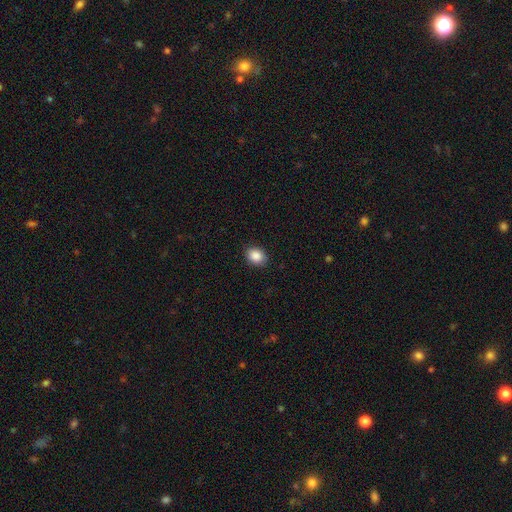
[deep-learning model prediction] Q: Smooth or featured?
A: smooth (87%); runner-up: star or artifact (9%)
Q: How rounded?
A: in between (57%); runner-up: round (42%)
Q: Merging?
A: none (88%); runner-up: minor disturbance (9%)